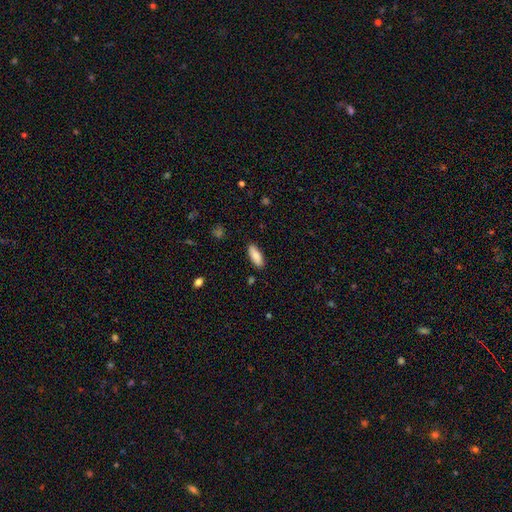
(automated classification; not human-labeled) smooth_or_featured: smooth (p=0.85) [alt: featured or disk p=0.09]
how_rounded: in between (p=0.67) [alt: cigar-shaped p=0.32]
merging: none (p=0.87) [alt: minor disturbance p=0.10]